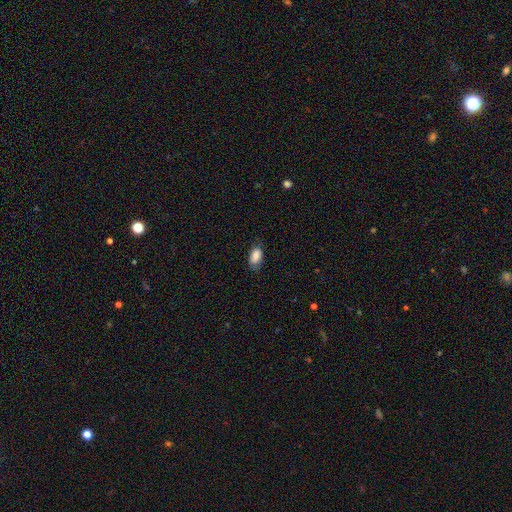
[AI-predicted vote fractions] A smooth galaxy with no disk features (85%) that is in between round and cigar-shaped (92%).

Vote fractions:
- Smooth or featured? smooth: 85% / featured or disk: 7% / star or artifact: 7%
- How rounded? in between: 92% / cigar-shaped: 4% / round: 4%
- Merging? none: 72% / minor disturbance: 22% / major disturbance: 5% / merger: 1%